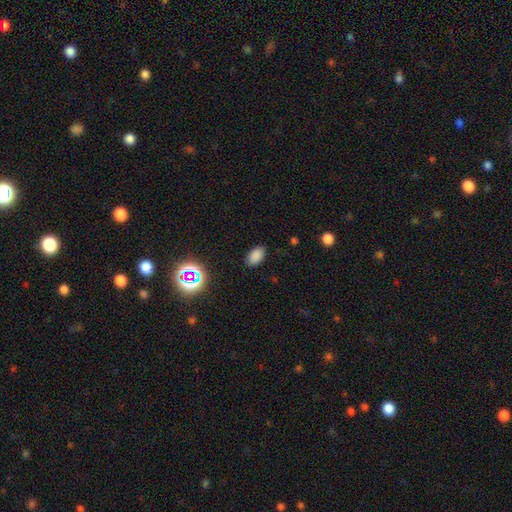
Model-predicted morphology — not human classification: Smooth or featured?
  - smooth: 80% *
  - star or artifact: 15%
  - featured or disk: 5%
How rounded?
  - in between: 91% *
  - round: 7%
  - cigar-shaped: 2%
Merging?
  - none: 85% *
  - minor disturbance: 11%
  - major disturbance: 3%
  - merger: 1%